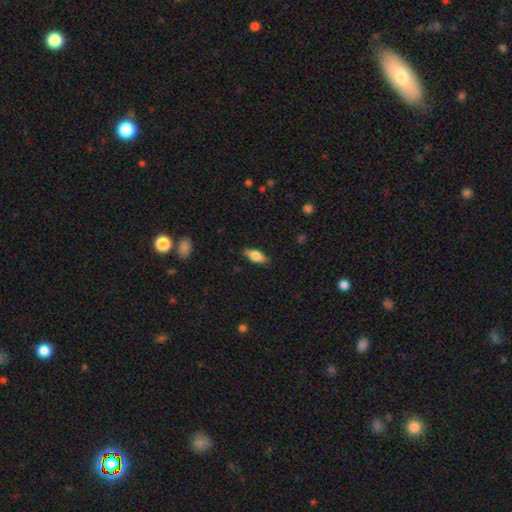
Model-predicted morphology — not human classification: smooth_or_featured: smooth (p=0.73) [alt: featured or disk p=0.20]
how_rounded: in between (p=0.75) [alt: cigar-shaped p=0.22]
merging: none (p=0.84) [alt: minor disturbance p=0.13]